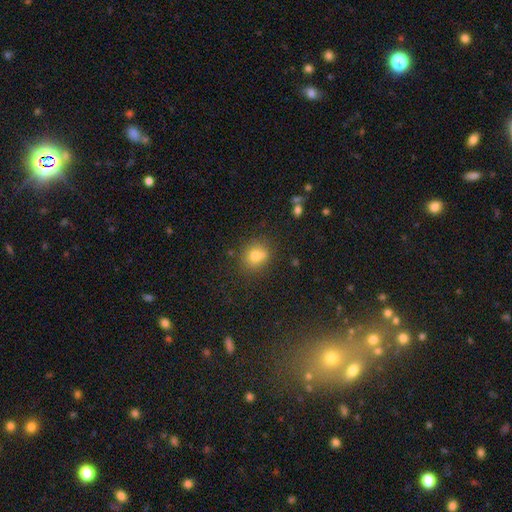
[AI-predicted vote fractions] A smooth galaxy with no disk features (75%) that is round (74%).

Vote fractions:
- Smooth or featured? smooth: 75% / star or artifact: 14% / featured or disk: 12%
- How rounded? round: 74% / in between: 25% / cigar-shaped: 1%
- Merging? none: 61% / merger: 21% / minor disturbance: 13% / major disturbance: 4%